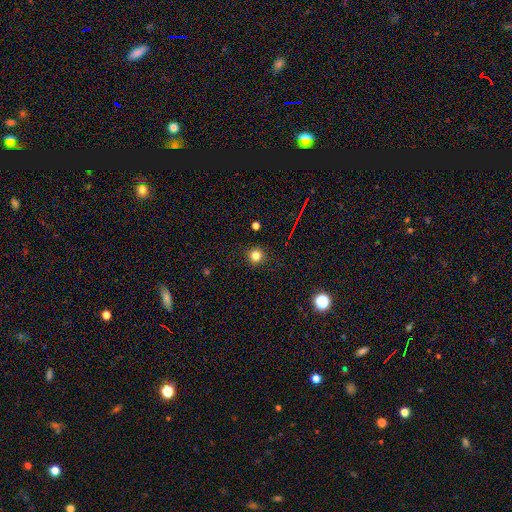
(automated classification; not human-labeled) Smooth or featured?
  - smooth: 79% *
  - star or artifact: 15%
  - featured or disk: 6%
How rounded?
  - round: 95% *
  - in between: 4%
  - cigar-shaped: 1%
Merging?
  - none: 91% *
  - minor disturbance: 6%
  - major disturbance: 2%
  - merger: 1%